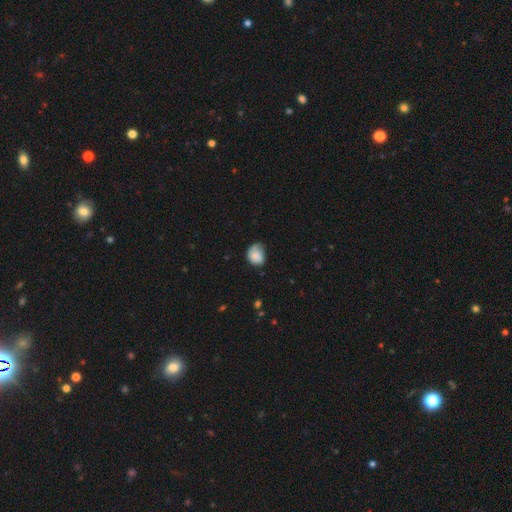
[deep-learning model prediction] The model was most divided on "merging": none: 45%, minor disturbance: 40%, major disturbance: 13%, merger: 2%. More confident: smooth or featured — smooth (79%); how rounded — round (55%).